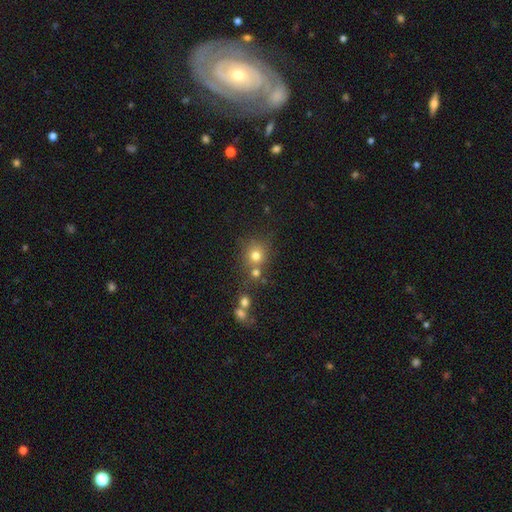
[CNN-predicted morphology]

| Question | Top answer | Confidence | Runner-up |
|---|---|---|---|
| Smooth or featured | smooth | 74% | star or artifact (16%) |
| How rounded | round | 87% | in between (12%) |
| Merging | none | 61% | merger (24%) |